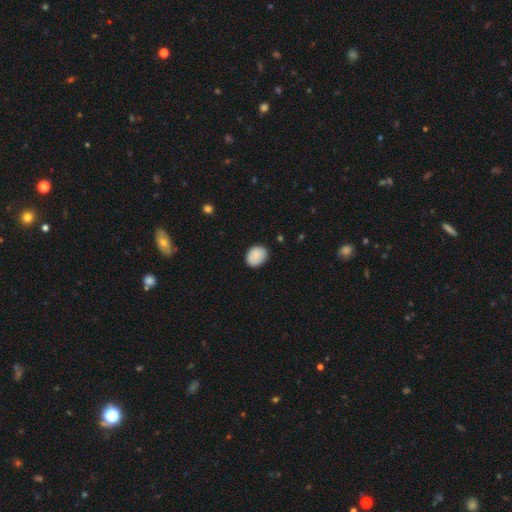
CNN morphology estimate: A smooth galaxy with no disk features (87%) that is in between round and cigar-shaped (57%).

Vote fractions:
- Smooth or featured? smooth: 87% / star or artifact: 7% / featured or disk: 6%
- How rounded? in between: 57% / round: 42% / cigar-shaped: 1%
- Merging? none: 84% / minor disturbance: 13% / major disturbance: 2% / merger: 1%